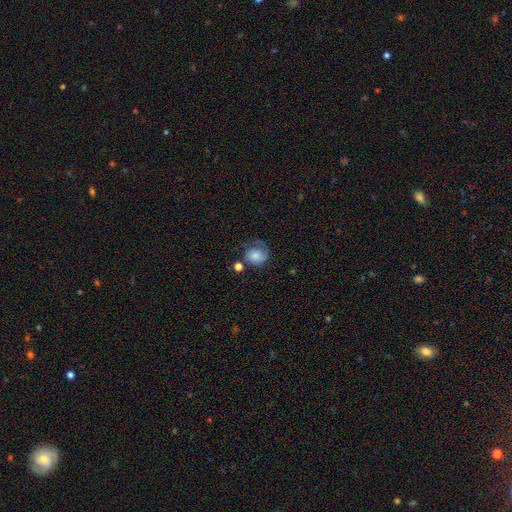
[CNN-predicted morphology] Q: Smooth or featured?
A: smooth (58%); runner-up: featured or disk (33%)
Q: How rounded?
A: round (73%); runner-up: in between (26%)
Q: Merging?
A: none (43%); runner-up: minor disturbance (24%)